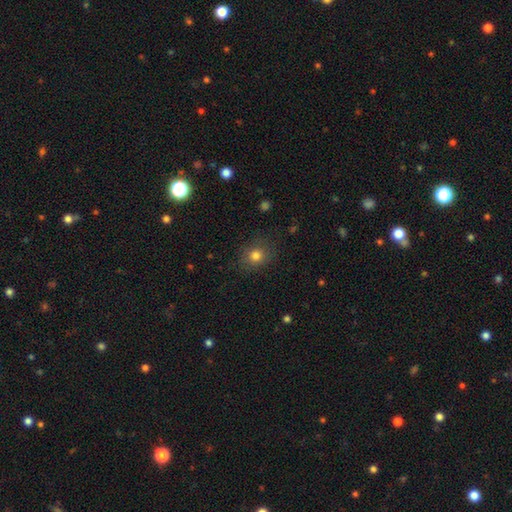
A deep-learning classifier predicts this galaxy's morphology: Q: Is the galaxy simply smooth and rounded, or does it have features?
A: smooth — 80%.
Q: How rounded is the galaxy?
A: round — 72%.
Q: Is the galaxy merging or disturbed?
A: none — 83%.